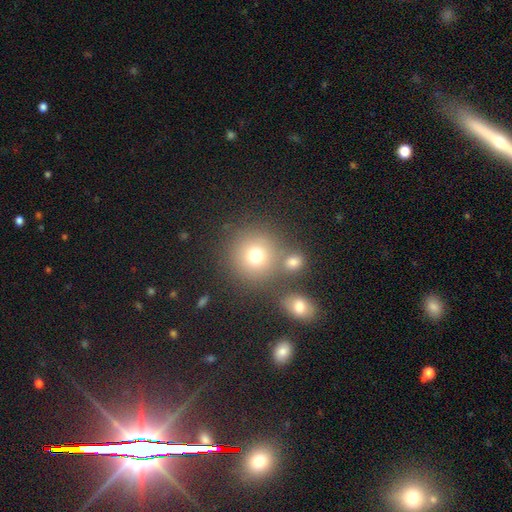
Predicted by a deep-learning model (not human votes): smooth_or_featured: smooth (p=0.74) [alt: star or artifact p=0.14]
how_rounded: round (p=0.91) [alt: in between p=0.08]
merging: none (p=0.68) [alt: merger p=0.19]